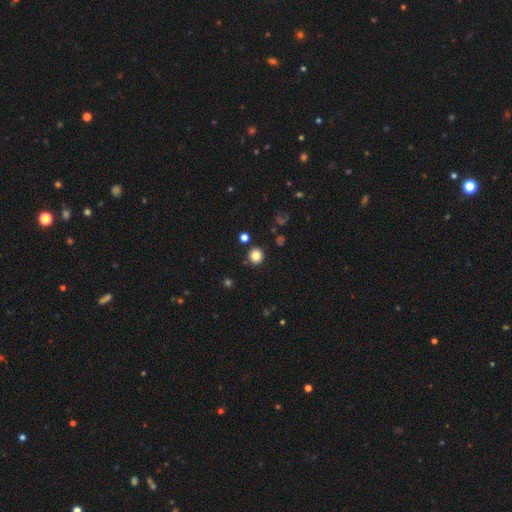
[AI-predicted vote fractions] smooth 83%, star or artifact 12%, featured or disk 5%. Down the decision tree: how rounded — round (92%); merging — none (88%).